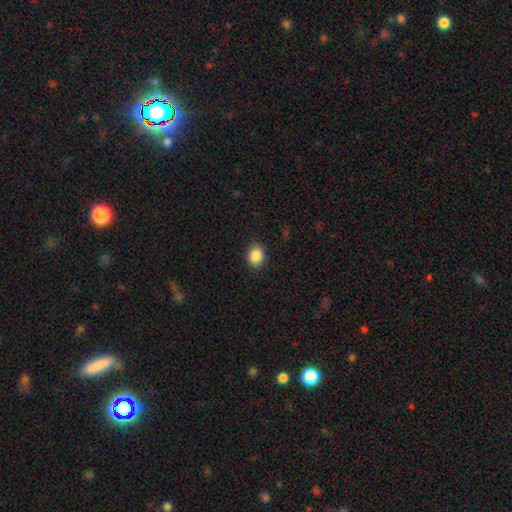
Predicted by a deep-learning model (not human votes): Overall: smooth (88%). How rounded: round (55%; in between 44%). Merging: none (88%).